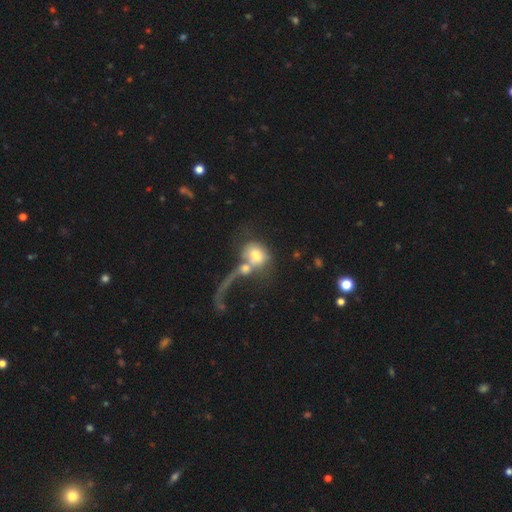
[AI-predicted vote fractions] smooth_or_featured: smooth (p=0.57) [alt: featured or disk p=0.34]
how_rounded: round (p=0.59) [alt: in between p=0.39]
merging: merger (p=0.54) [alt: major disturbance p=0.24]